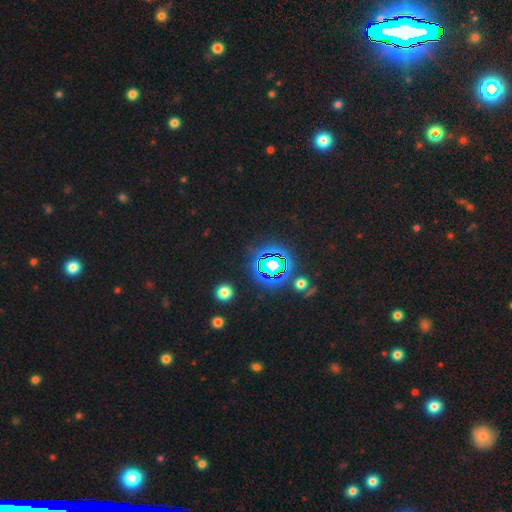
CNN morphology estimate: type=star or artifact (78%).